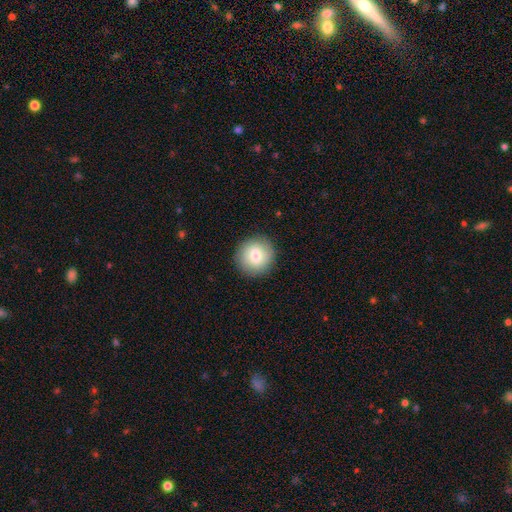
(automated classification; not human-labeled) Smooth or featured? Predicted: smooth (p=0.78). How rounded? Predicted: round (p=0.92). Merging? Predicted: none (p=0.90).